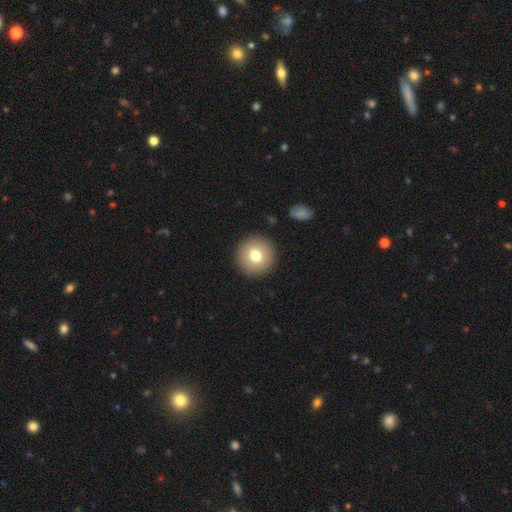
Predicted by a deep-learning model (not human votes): smooth_or_featured: smooth (p=0.75) [alt: featured or disk p=0.15]
how_rounded: round (p=0.96) [alt: in between p=0.04]
merging: none (p=0.92) [alt: minor disturbance p=0.05]